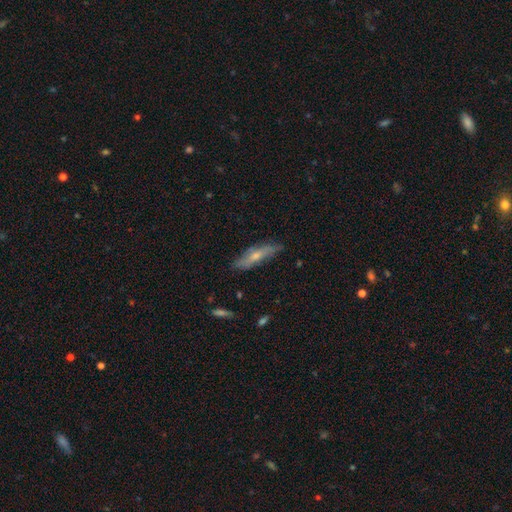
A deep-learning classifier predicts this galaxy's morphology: The model was most divided on "smooth or featured": smooth: 49%, featured or disk: 45%, star or artifact: 7%. More confident: merging — none (78%).